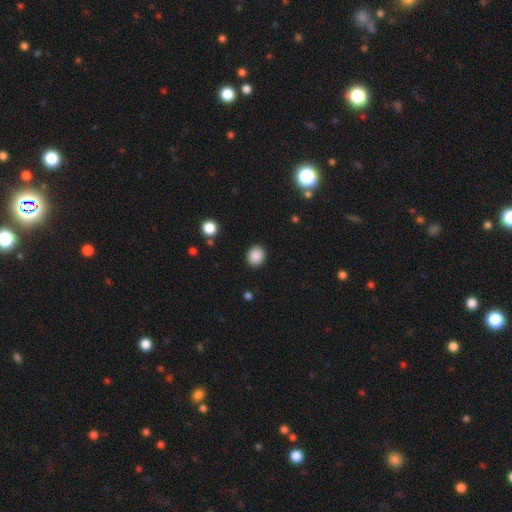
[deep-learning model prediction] smooth-or-featured: smooth: 88% | star or artifact: 9% | featured or disk: 3%
  how-rounded: round: 71% | in between: 28% | cigar-shaped: 1%
  merging: none: 90% | minor disturbance: 6% | major disturbance: 2% | merger: 1%